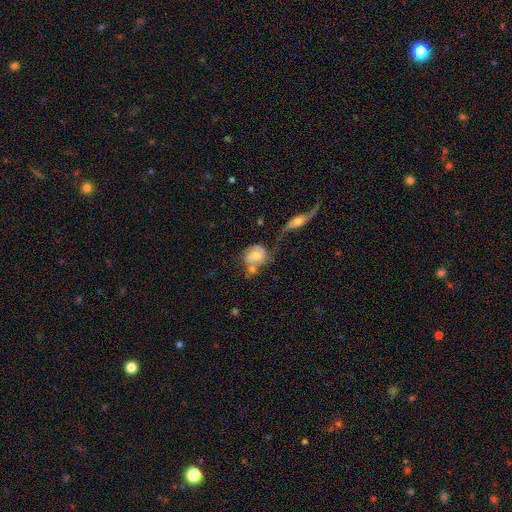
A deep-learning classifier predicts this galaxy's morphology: Smooth or featured? featured or disk (61%)
Edge-on disk? no (96%)
Bar? no (58%)
Spiral arms? yes (84%)
Bulge size? moderate (51%)
Merging? merger (36%)